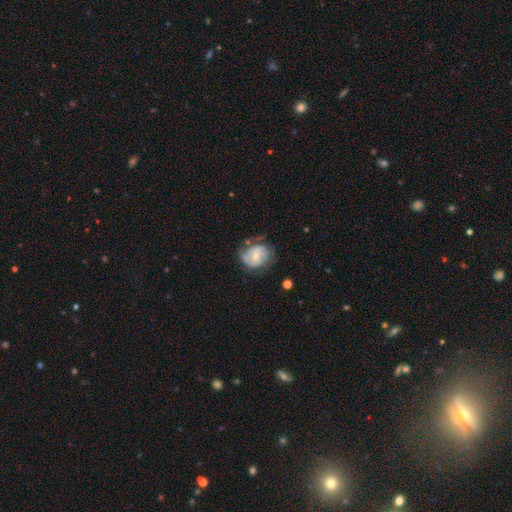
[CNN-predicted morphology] A featured or disk galaxy (61%) with no bar (64%), spiral arms (75%) and a moderate central bulge (52%). Merging: none (52%).